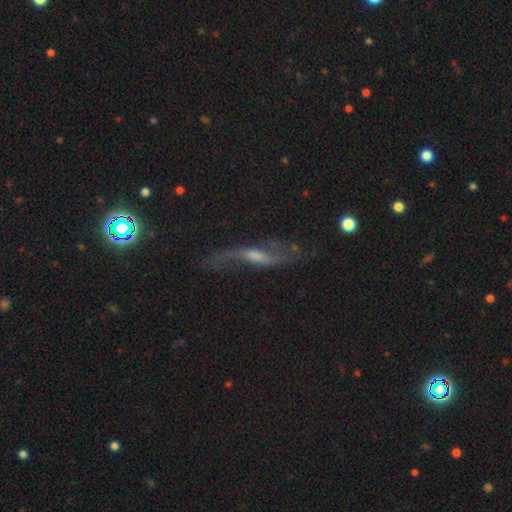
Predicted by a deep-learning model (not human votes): Smooth or featured?
  - featured or disk: 72% *
  - smooth: 18%
  - star or artifact: 10%
Edge-on disk?
  - no: 69% *
  - yes: 31%
Bar?
  - weak: 44% *
  - no: 37%
  - strong: 20%
Spiral arms?
  - yes: 86% *
  - no: 14%
Bulge size?
  - moderate: 37% *
  - small: 34%
  - none: 18%
  - large: 9%
  - dominant: 2%
Merging?
  - none: 55% *
  - minor disturbance: 21%
  - major disturbance: 21%
  - merger: 4%